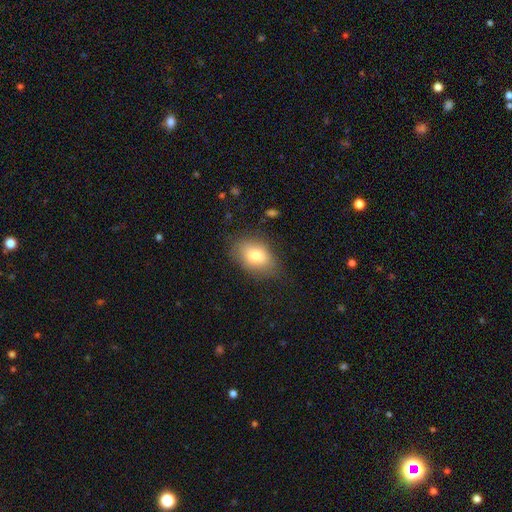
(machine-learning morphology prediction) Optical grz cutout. It shows a smooth galaxy with no disk features (79%) that is in between round and cigar-shaped (85%). Merging: none (76%).